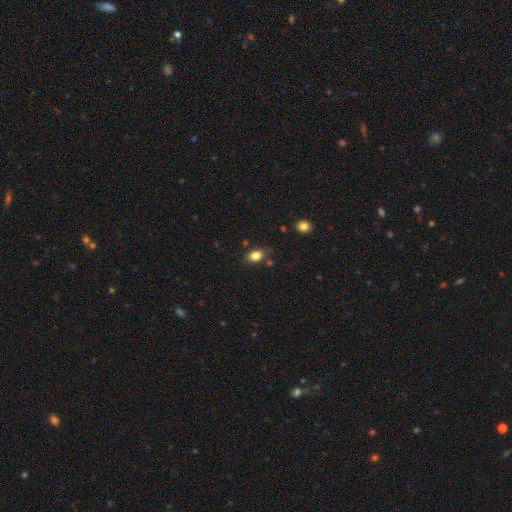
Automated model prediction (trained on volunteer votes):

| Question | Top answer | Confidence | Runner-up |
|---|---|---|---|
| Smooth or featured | smooth | 82% | star or artifact (11%) |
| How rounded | in between | 72% | round (26%) |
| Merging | none | 78% | minor disturbance (15%) |